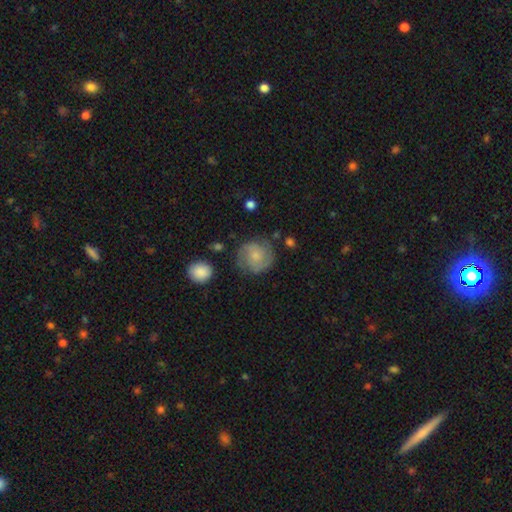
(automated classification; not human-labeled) Q: Smooth or featured?
A: featured or disk (54%); runner-up: smooth (38%)
Q: Edge-on disk?
A: no (98%); runner-up: yes (2%)
Q: Bar?
A: no (72%); runner-up: weak (24%)
Q: Spiral arms?
A: yes (87%); runner-up: no (13%)
Q: Bulge size?
A: small (53%); runner-up: moderate (32%)
Q: Merging?
A: none (72%); runner-up: minor disturbance (18%)